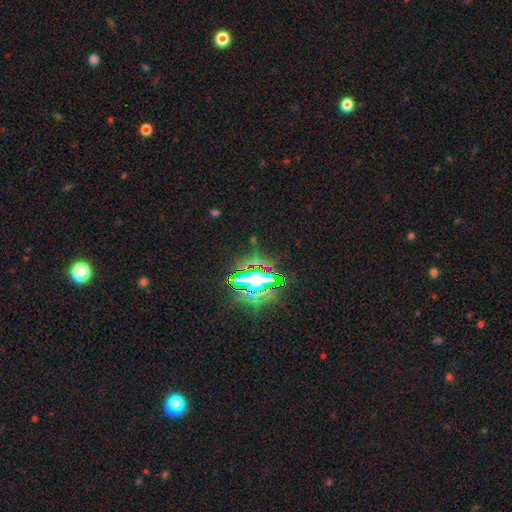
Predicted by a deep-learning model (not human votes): Smooth or featured: star or artifact — 75% (smooth — 14%)